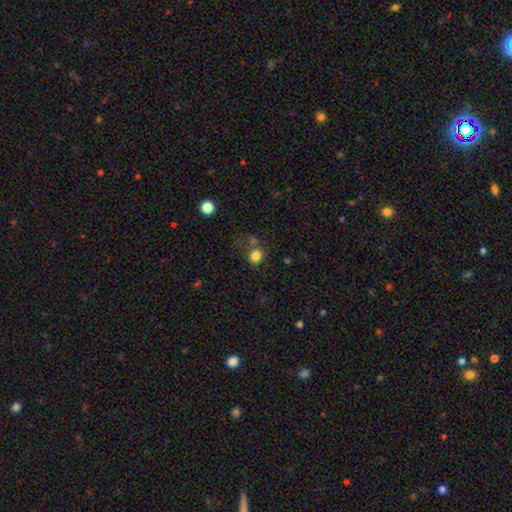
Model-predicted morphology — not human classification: Q: Smooth or featured?
A: smooth (81%); runner-up: star or artifact (13%)
Q: How rounded?
A: round (74%); runner-up: in between (25%)
Q: Merging?
A: none (63%); runner-up: minor disturbance (15%)